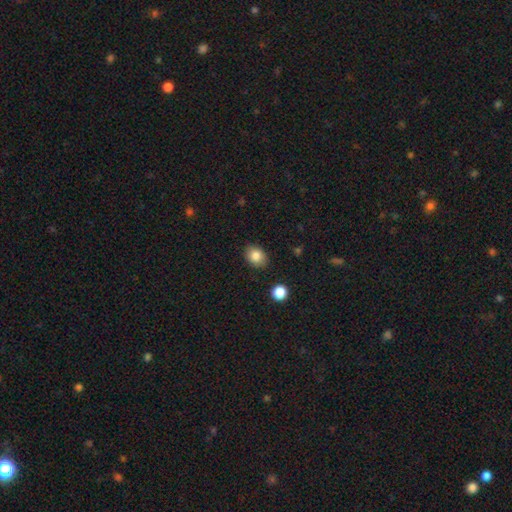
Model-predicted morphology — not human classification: This appears to be a smooth galaxy with no disk features (84%) that is in between round and cigar-shaped (61%). Merging: none (87%).